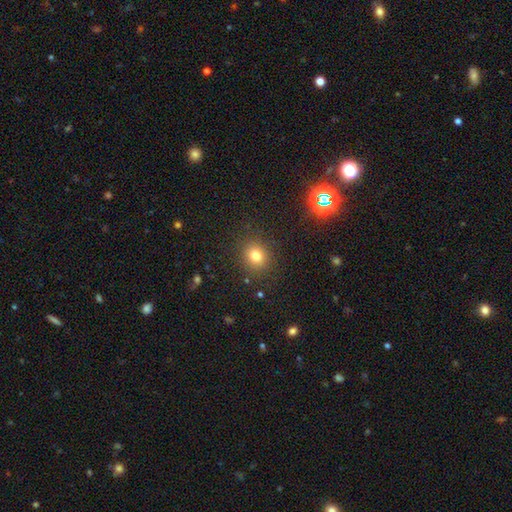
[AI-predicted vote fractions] smooth-or-featured: smooth: 78% | star or artifact: 15% | featured or disk: 7%
  how-rounded: round: 81% | in between: 18% | cigar-shaped: 1%
  merging: none: 88% | minor disturbance: 8% | major disturbance: 3% | merger: 2%